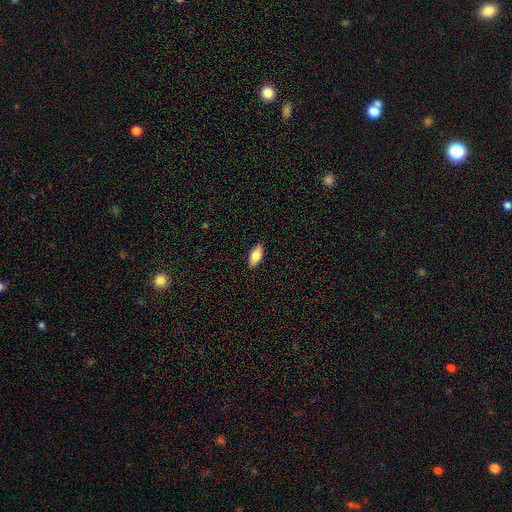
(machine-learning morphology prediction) Smooth or featured? smooth (78%)
How rounded? in between (87%)
Merging? none (89%)